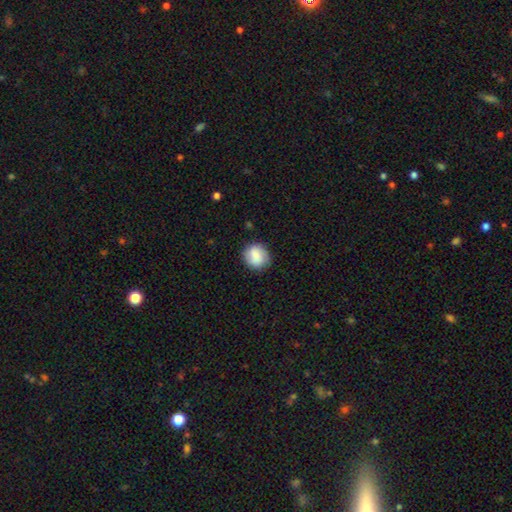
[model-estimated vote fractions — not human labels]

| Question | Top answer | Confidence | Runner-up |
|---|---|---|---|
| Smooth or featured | smooth | 80% | featured or disk (13%) |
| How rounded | round | 81% | in between (18%) |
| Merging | none | 82% | minor disturbance (13%) |